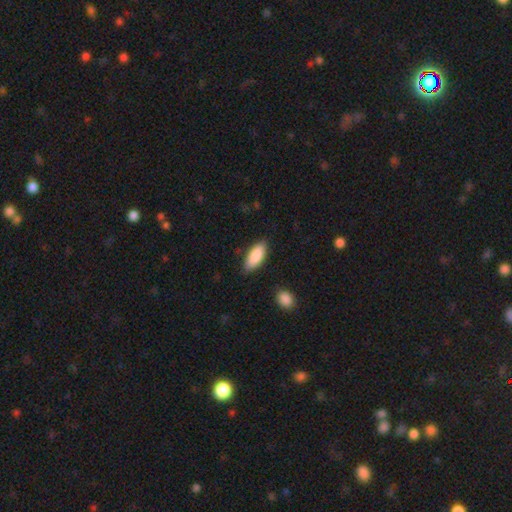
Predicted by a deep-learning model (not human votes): Q: Smooth or featured?
A: smooth (88%); runner-up: featured or disk (6%)
Q: How rounded?
A: in between (82%); runner-up: cigar-shaped (16%)
Q: Merging?
A: none (82%); runner-up: minor disturbance (14%)